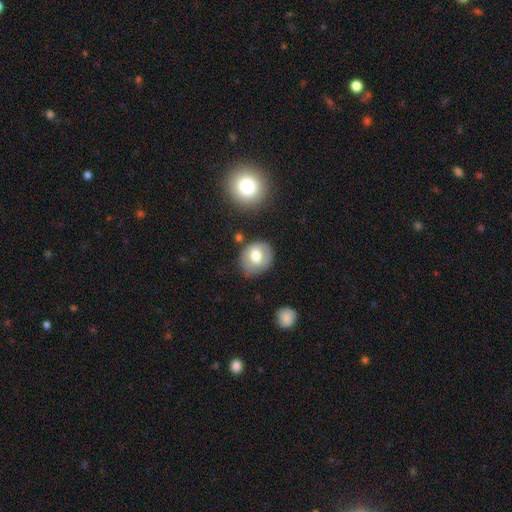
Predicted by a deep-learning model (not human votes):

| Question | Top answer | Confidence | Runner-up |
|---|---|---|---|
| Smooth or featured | smooth | 62% | featured or disk (31%) |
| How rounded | round | 65% | in between (34%) |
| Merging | none | 72% | minor disturbance (19%) |